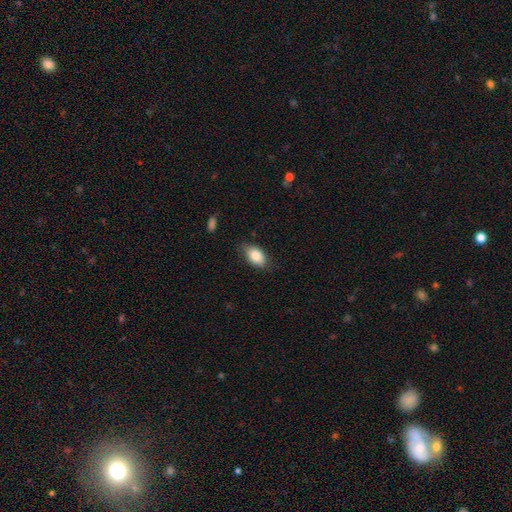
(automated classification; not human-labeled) Smooth or featured?
  - smooth: 85% *
  - featured or disk: 8%
  - star or artifact: 7%
How rounded?
  - in between: 90% *
  - round: 7%
  - cigar-shaped: 2%
Merging?
  - none: 75% *
  - minor disturbance: 19%
  - major disturbance: 4%
  - merger: 1%